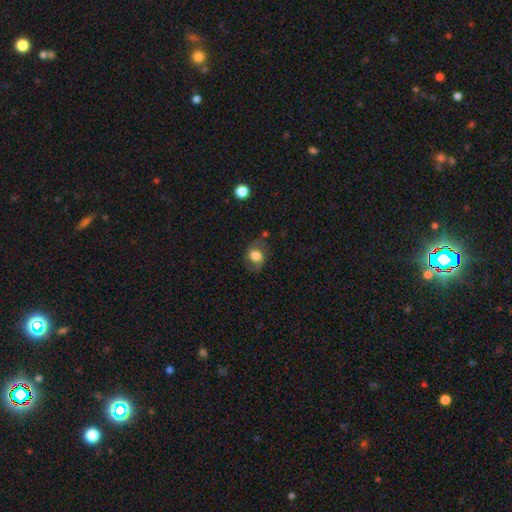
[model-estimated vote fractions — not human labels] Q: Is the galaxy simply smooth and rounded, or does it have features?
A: smooth — 67%.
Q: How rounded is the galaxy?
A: round — 52%.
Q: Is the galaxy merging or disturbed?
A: none — 68%.